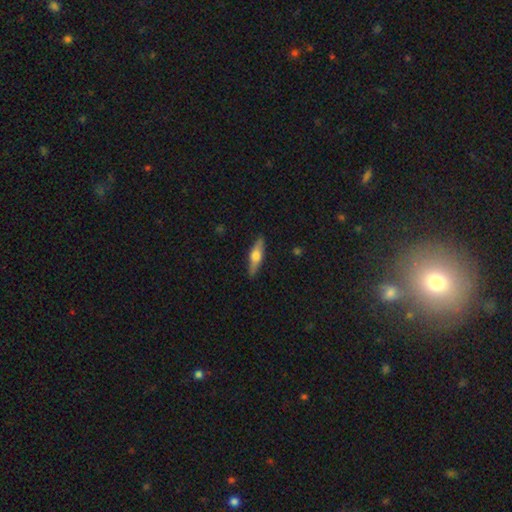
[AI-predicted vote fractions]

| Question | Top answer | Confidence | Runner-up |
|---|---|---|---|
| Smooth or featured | featured or disk | 47% | tied: smooth (47%) |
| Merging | none | 88% | minor disturbance (9%) |